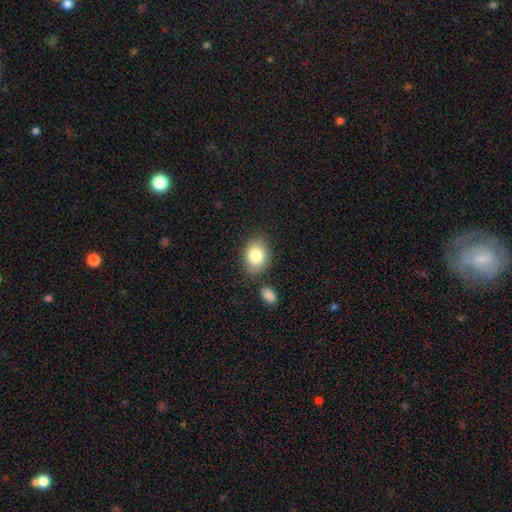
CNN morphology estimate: smooth 83%, featured or disk 9%, star or artifact 7%. Down the decision tree: how rounded — in between (71%); merging — none (76%).